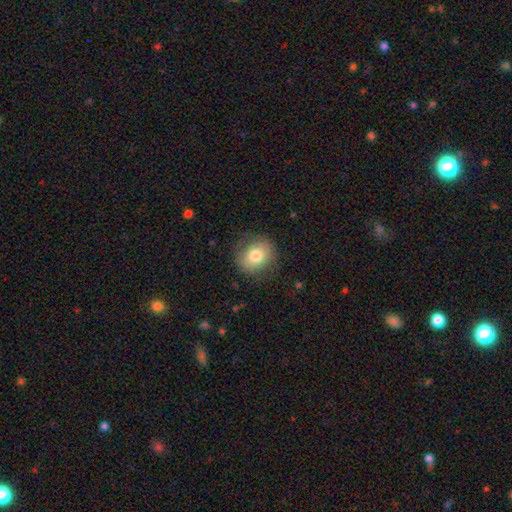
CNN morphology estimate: This is likely a smooth galaxy (76%). How rounded: likely round (62%). Merging: clearly none (80%).